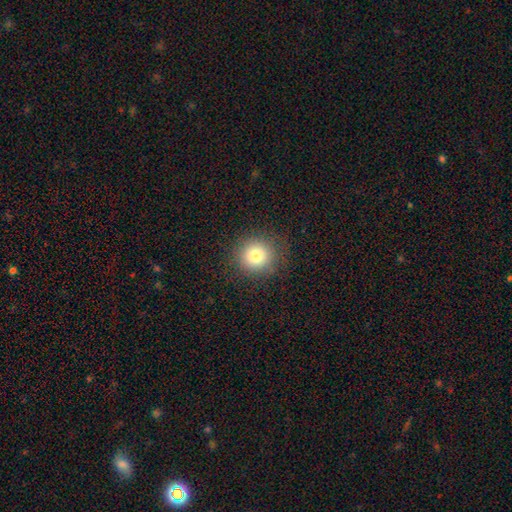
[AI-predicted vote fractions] Smooth or featured?
  - smooth: 80% *
  - star or artifact: 12%
  - featured or disk: 8%
How rounded?
  - round: 92% *
  - in between: 7%
  - cigar-shaped: 1%
Merging?
  - none: 89% *
  - minor disturbance: 7%
  - major disturbance: 3%
  - merger: 1%